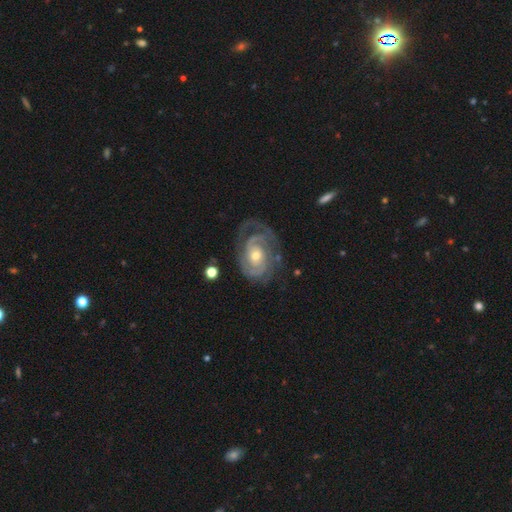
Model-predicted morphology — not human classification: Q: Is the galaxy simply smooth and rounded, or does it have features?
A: featured or disk — 90%.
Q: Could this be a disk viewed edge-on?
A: no — 97%.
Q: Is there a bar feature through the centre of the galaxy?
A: no — 70%.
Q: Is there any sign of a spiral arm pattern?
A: yes — 97%.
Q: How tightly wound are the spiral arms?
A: tight — 67%.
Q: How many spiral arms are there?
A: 2 — 53%.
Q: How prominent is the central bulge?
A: moderate — 56%.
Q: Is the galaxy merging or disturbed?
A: none — 67%.